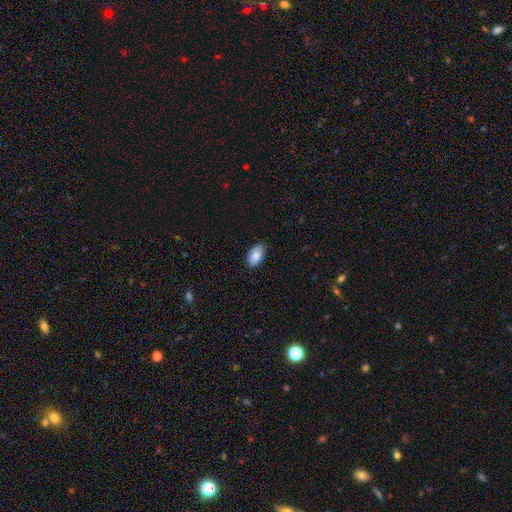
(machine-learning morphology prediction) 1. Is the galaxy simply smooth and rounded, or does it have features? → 86% smooth, 7% featured or disk, 7% star or artifact.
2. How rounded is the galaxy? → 94% in between, 4% round, 2% cigar-shaped.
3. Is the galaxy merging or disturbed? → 85% none, 12% minor disturbance, 2% major disturbance, 1% merger.